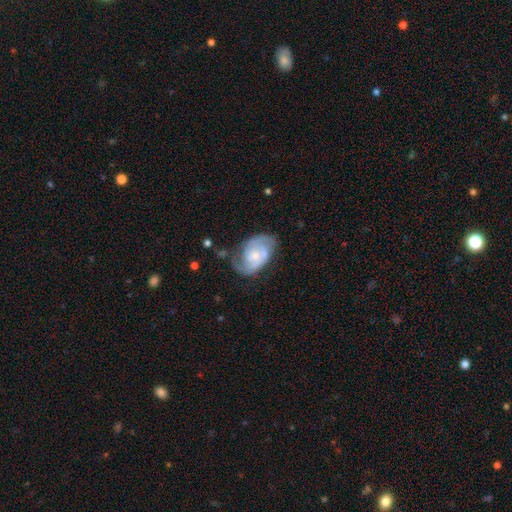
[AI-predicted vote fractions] A featured or disk galaxy (79%) with no bar (66%), 2 (69%) tight (45%) spiral arms (93%) and a small central bulge (54%).

Vote fractions:
- Smooth or featured? featured or disk: 79% / smooth: 16% / star or artifact: 5%
- Edge-on disk? no: 97% / yes: 3%
- Bar? no: 66% / weak: 29% / strong: 5%
- Spiral arms? yes: 93% / no: 7%
- Spiral winding? tight: 45% / medium: 41% / loose: 14%
- Spiral arm count? 2: 69% / can't tell: 14% / 1: 8% / 3: 5% / 4: 2% / more than 4: 2%
- Bulge size? small: 54% / moderate: 37% / none: 5% / large: 3% / dominant: 1%
- Merging? none: 57% / minor disturbance: 25% / major disturbance: 13% / merger: 5%